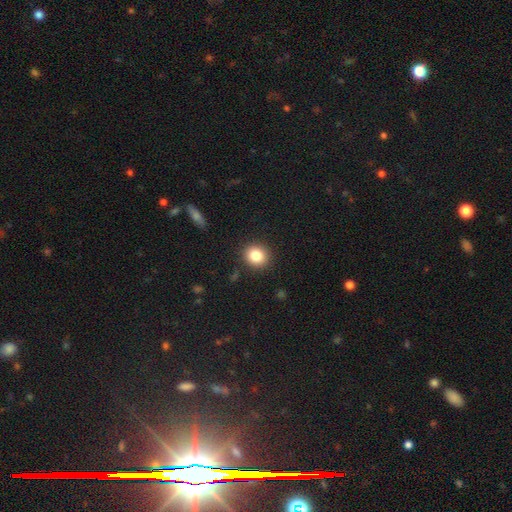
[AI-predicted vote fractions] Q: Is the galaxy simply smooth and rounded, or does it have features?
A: smooth — 84%.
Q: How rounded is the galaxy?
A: round — 80%.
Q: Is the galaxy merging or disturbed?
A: none — 90%.